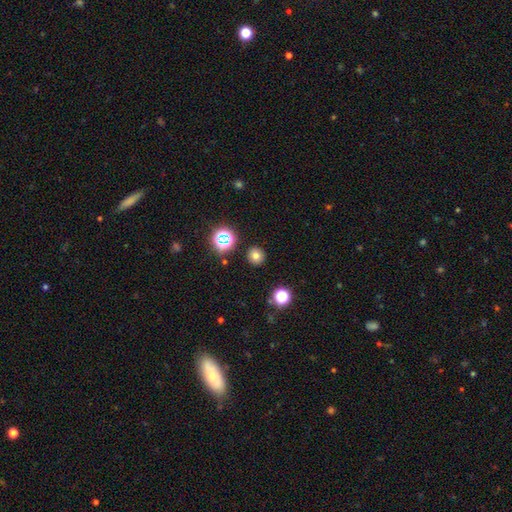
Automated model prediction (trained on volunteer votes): smooth-or-featured: smooth: 73% | star or artifact: 19% | featured or disk: 8%
  how-rounded: round: 93% | in between: 6% | cigar-shaped: 1%
  merging: none: 90% | minor disturbance: 6% | major disturbance: 2% | merger: 2%